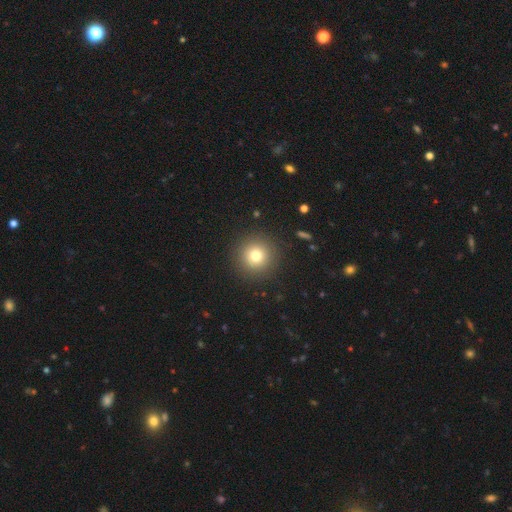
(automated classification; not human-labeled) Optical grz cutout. It shows a smooth galaxy with no disk features (77%) that is round (96%). Merging: none (91%).